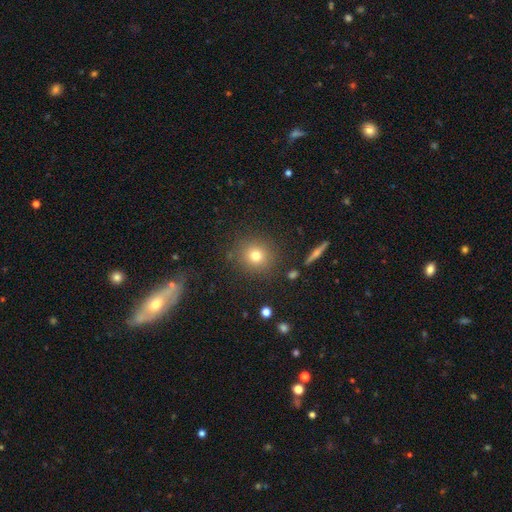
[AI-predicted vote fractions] Smooth or featured: smooth — 76% (star or artifact — 14%)
How rounded: round — 89% (in between — 10%)
Merging: none — 87% (minor disturbance — 8%)